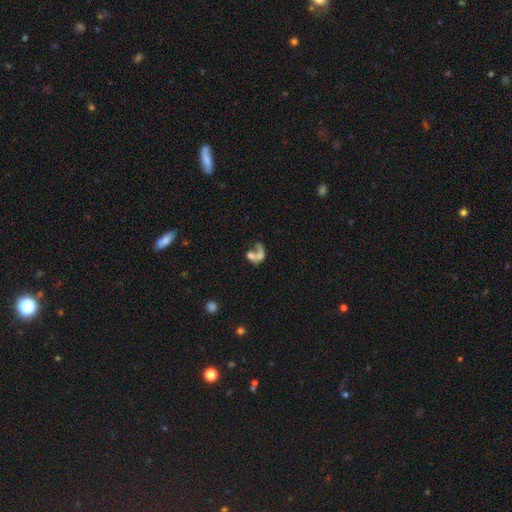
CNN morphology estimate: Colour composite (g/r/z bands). It shows a smooth galaxy with no disk features (46%). Merging: merger (54%).